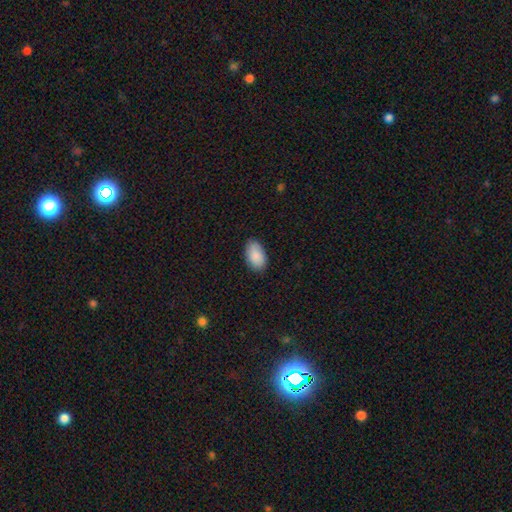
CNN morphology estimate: type=smooth (89%); roundness=in between (94%); merging=none (84%).